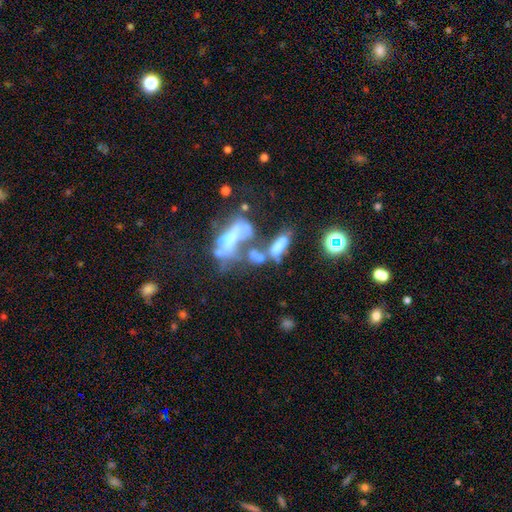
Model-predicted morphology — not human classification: This appears to be a featured or disk galaxy (53%). Merging: merger (53%).